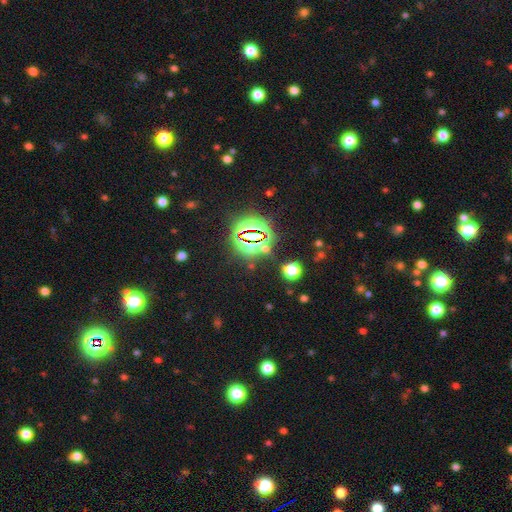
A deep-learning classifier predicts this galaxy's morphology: A star or artifact, not a galaxy (78%).